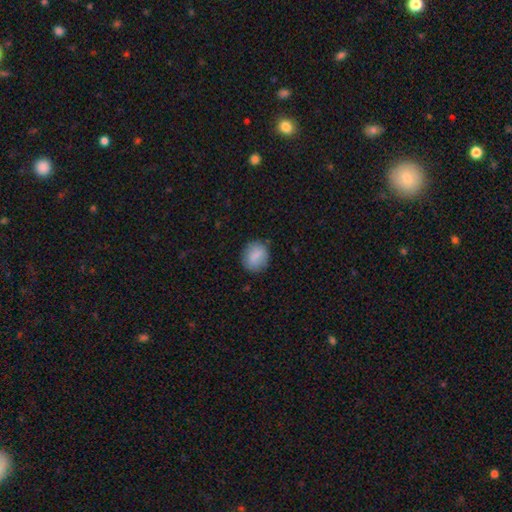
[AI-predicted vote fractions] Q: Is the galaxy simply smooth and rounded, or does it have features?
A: smooth — 83%.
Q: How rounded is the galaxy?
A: round — 66%.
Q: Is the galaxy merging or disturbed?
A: none — 79%.